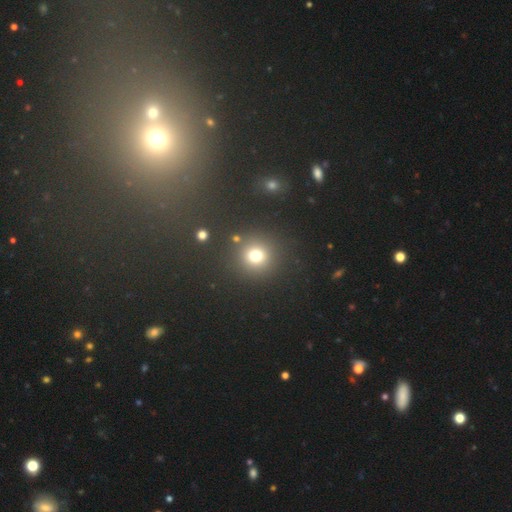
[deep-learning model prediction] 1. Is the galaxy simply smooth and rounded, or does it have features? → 72% smooth, 21% star or artifact, 7% featured or disk.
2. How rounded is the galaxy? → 92% round, 7% in between, 1% cigar-shaped.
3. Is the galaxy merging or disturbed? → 84% none, 7% minor disturbance, 5% merger, 4% major disturbance.